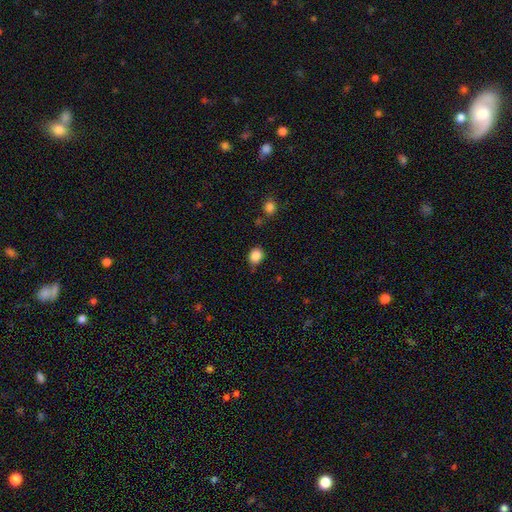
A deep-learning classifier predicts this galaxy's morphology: This appears to be a smooth galaxy with no disk features (87%) that is round (64%). Merging: none (74%).